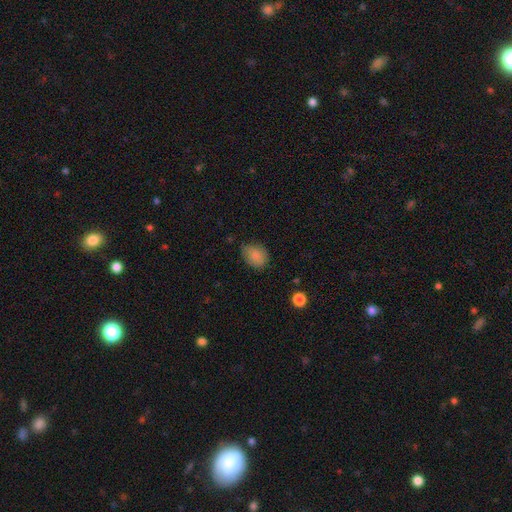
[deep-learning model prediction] Smooth or featured? Predicted: smooth (p=0.84). How rounded? Predicted: in between (p=0.58). Merging? Predicted: none (p=0.65).